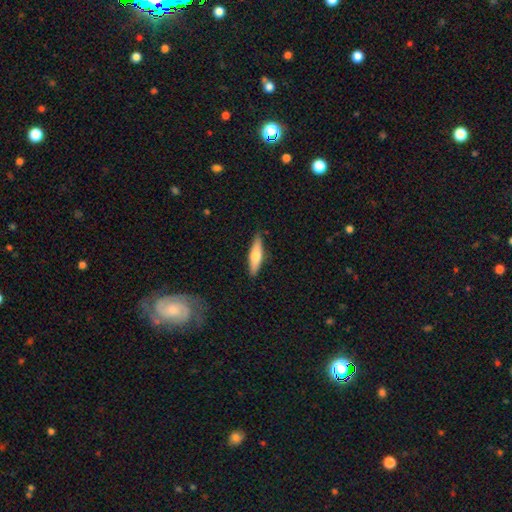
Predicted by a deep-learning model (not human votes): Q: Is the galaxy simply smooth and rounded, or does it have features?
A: smooth — 59%.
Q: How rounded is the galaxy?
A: cigar-shaped — 67%.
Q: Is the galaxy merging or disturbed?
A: none — 87%.